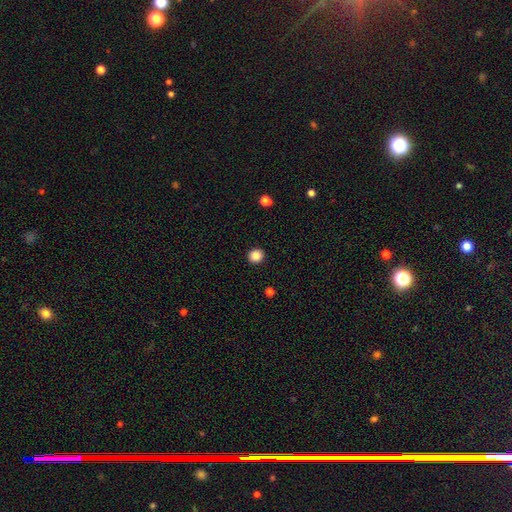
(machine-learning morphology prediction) Q: Smooth or featured?
A: smooth (86%); runner-up: star or artifact (10%)
Q: How rounded?
A: round (91%); runner-up: in between (8%)
Q: Merging?
A: none (93%); runner-up: minor disturbance (5%)